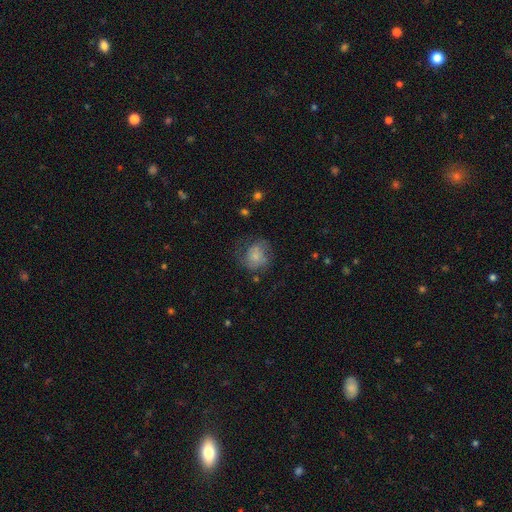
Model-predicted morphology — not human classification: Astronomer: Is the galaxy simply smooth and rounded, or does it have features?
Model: smooth — 56% (runner-up: featured or disk, 35%).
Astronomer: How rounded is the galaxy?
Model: round — 71%.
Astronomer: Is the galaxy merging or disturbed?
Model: none — 47% (runner-up: minor disturbance, 26%).